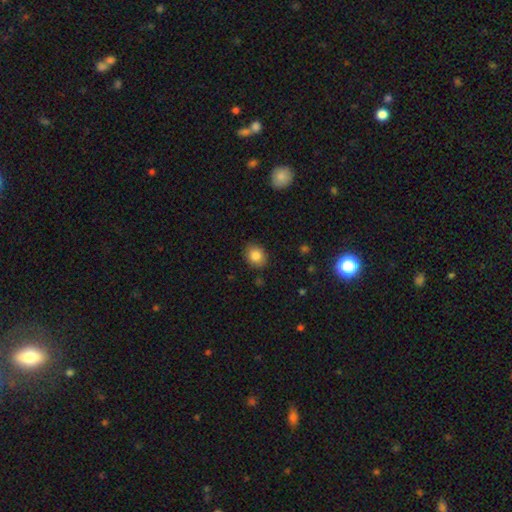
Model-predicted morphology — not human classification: smooth 84%, star or artifact 9%, featured or disk 7%. Down the decision tree: how rounded — round (54%); merging — none (87%).